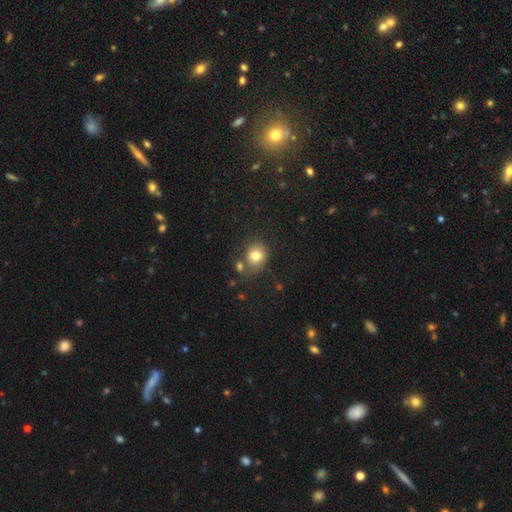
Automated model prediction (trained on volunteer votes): smooth 80%, star or artifact 11%, featured or disk 9%. Down the decision tree: how rounded — round (70%); merging — none (64%).